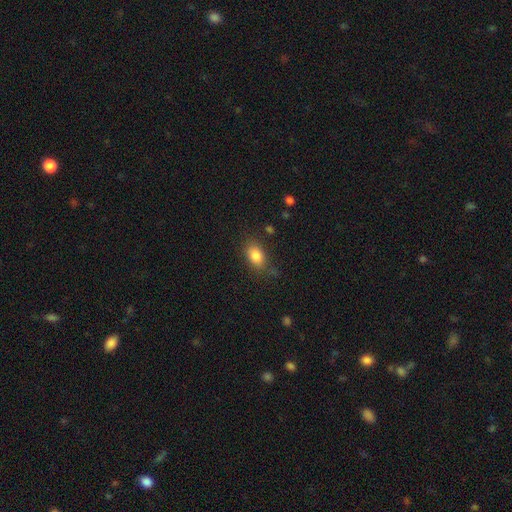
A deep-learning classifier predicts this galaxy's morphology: Smooth or featured: smooth — 84% (star or artifact — 9%)
How rounded: in between — 82% (round — 16%)
Merging: none — 75% (minor disturbance — 17%)